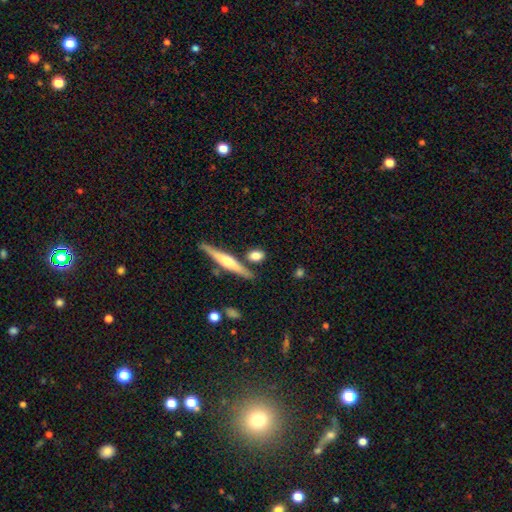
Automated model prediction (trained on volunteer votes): Overall: smooth (68%). How rounded: in between (52%; round 28%). Merging: none (73%).